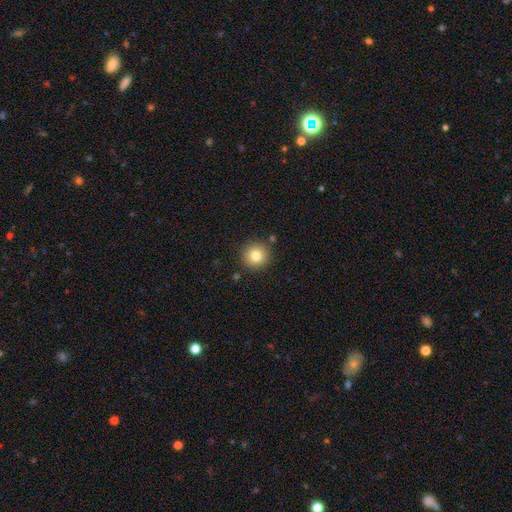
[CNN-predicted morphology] Q: Smooth or featured?
A: smooth (80%); runner-up: star or artifact (11%)
Q: How rounded?
A: round (95%); runner-up: in between (4%)
Q: Merging?
A: none (88%); runner-up: minor disturbance (7%)